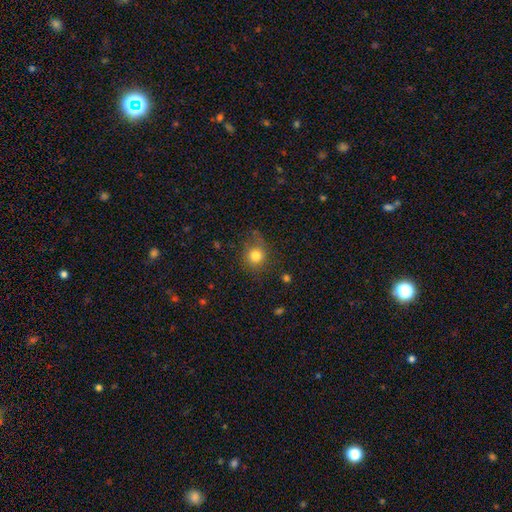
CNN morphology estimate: smooth_or_featured: smooth (p=0.79) [alt: star or artifact p=0.13]
how_rounded: round (p=0.83) [alt: in between p=0.16]
merging: none (p=0.74) [alt: minor disturbance p=0.18]